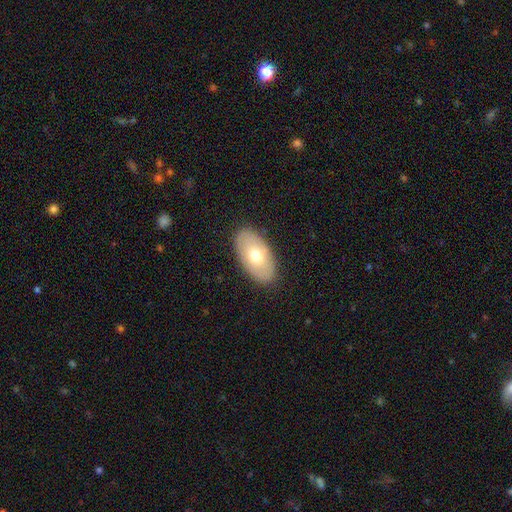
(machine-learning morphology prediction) Smooth or featured? Predicted: smooth (p=0.63). How rounded? Predicted: in between (p=0.94). Merging? Predicted: none (p=0.87).